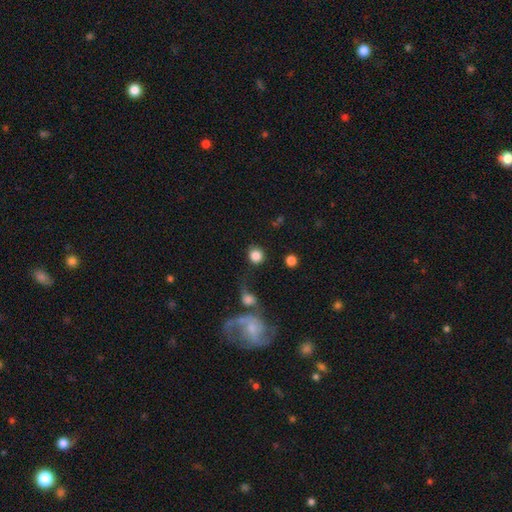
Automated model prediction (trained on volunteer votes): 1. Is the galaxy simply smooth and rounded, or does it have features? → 84% smooth, 9% star or artifact, 7% featured or disk.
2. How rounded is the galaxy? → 88% round, 11% in between, 1% cigar-shaped.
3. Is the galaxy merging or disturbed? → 71% none, 12% minor disturbance, 9% merger, 8% major disturbance.